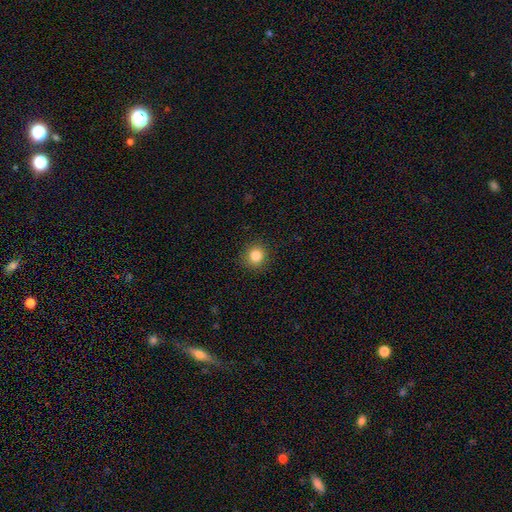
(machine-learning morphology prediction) type=smooth (84%); roundness=round (92%); merging=none (90%).